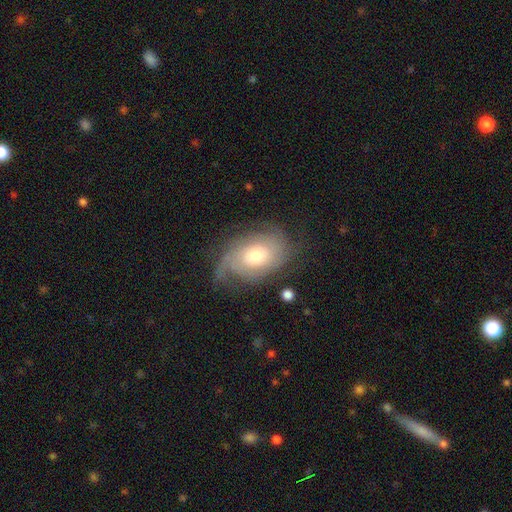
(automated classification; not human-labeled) Smooth or featured? Predicted: featured or disk (p=0.68). Edge-on disk? Predicted: no (p=0.95). Bar? Predicted: no (p=0.76). Spiral arms? Predicted: yes (p=0.88). Spiral winding? Predicted: tight (p=0.44). Spiral arm count? Predicted: can't tell (p=0.34). Bulge size? Predicted: moderate (p=0.65). Merging? Predicted: none (p=0.56).